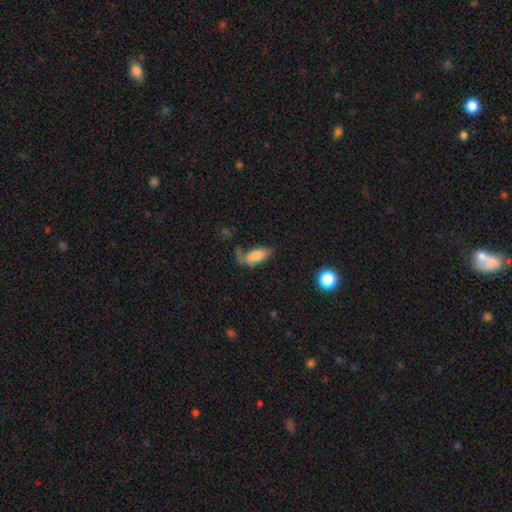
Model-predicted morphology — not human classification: type=smooth (80%); roundness=in between (87%); merging=none (42%).